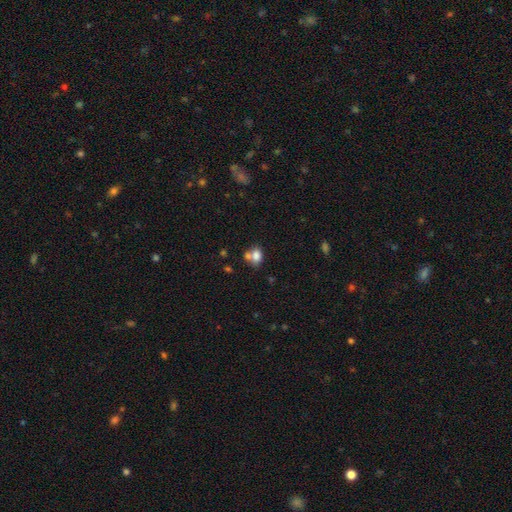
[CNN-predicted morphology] A smooth galaxy with no disk features (79%) that is in between round and cigar-shaped (69%). Merging: none (41%).